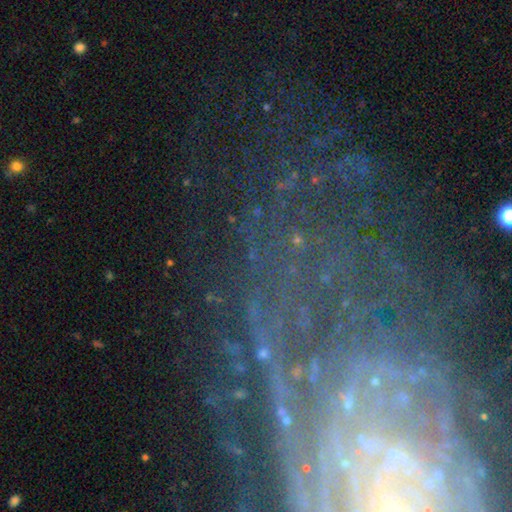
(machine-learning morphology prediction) This is possibly a featured or disk galaxy (54%). It is clearly not viewed edge-on (91%). Merging: likely none (66%).